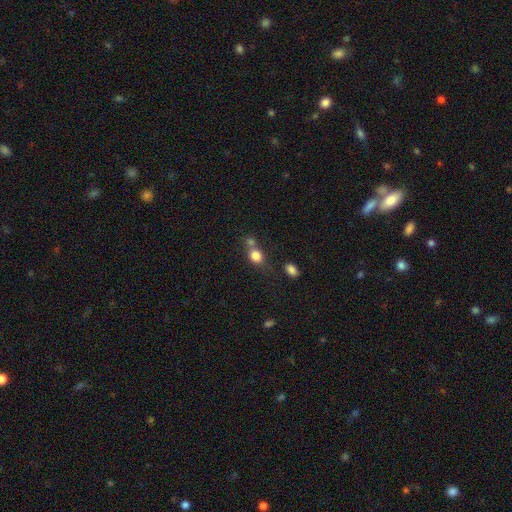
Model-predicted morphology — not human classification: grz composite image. It shows a smooth galaxy with no disk features (80%) that is round (60%). Merging: none (41%).